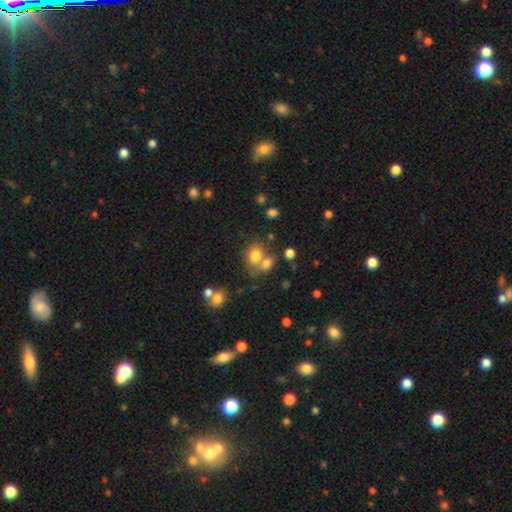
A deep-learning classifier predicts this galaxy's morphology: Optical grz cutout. It shows a smooth galaxy with no disk features (76%) that is in between round and cigar-shaped (51%). Merging: none (44%).